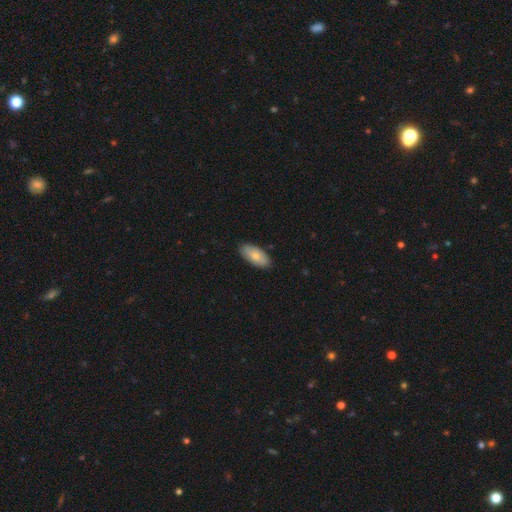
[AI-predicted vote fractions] Morphology: type=smooth (73%); roundness=in between (91%); merging=none (87%).